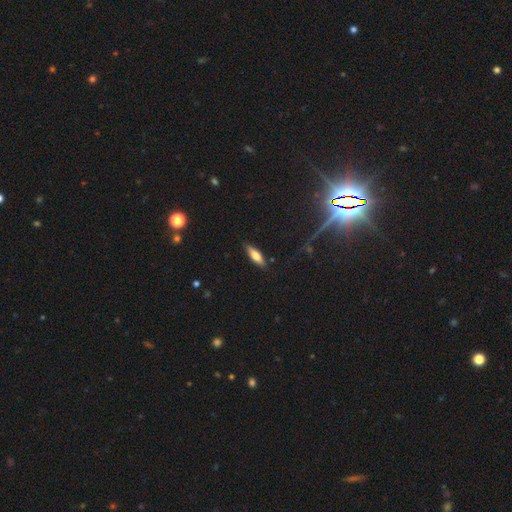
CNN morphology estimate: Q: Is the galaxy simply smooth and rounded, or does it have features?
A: smooth — 63%.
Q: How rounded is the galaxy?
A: cigar-shaped — 51%.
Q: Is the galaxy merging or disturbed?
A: none — 87%.